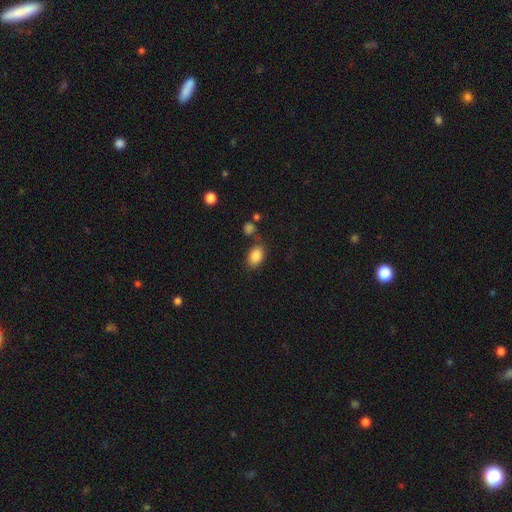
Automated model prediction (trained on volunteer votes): Smooth or featured? smooth (86%)
How rounded? in between (85%)
Merging? none (75%)